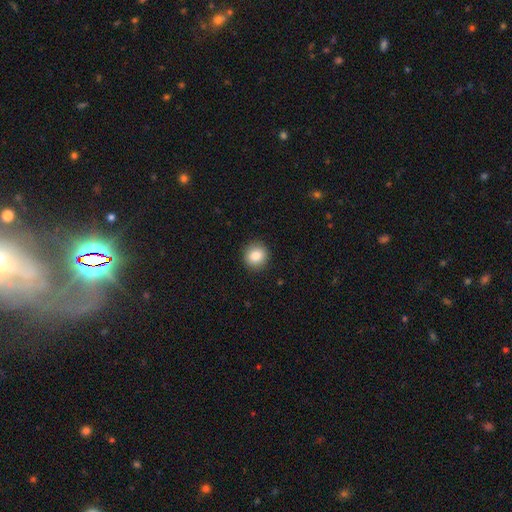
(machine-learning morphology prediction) Q: Smooth or featured?
A: smooth (85%); runner-up: star or artifact (9%)
Q: How rounded?
A: round (90%); runner-up: in between (9%)
Q: Merging?
A: none (91%); runner-up: minor disturbance (6%)